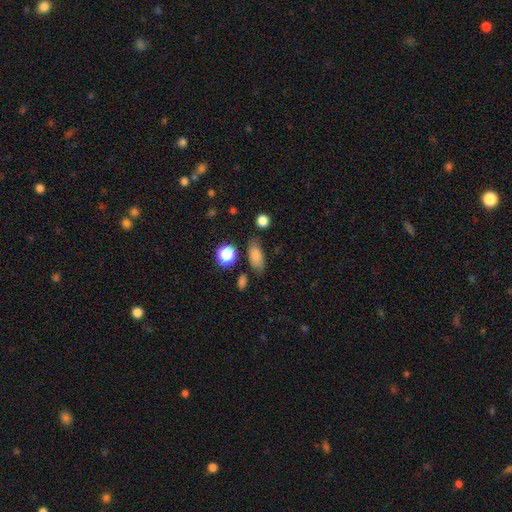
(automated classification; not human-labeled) smooth 79%, star or artifact 11%, featured or disk 10%. Down the decision tree: how rounded — in between (81%); merging — none (71%).